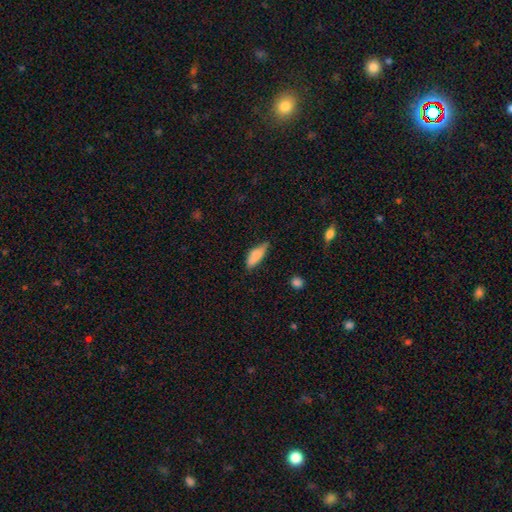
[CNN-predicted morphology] A smooth galaxy with no disk features (79%) that is in between round and cigar-shaped (65%).

Vote fractions:
- Smooth or featured? smooth: 79% / featured or disk: 14% / star or artifact: 7%
- How rounded? in between: 65% / cigar-shaped: 33% / round: 2%
- Merging? none: 57% / minor disturbance: 33% / major disturbance: 7% / merger: 3%